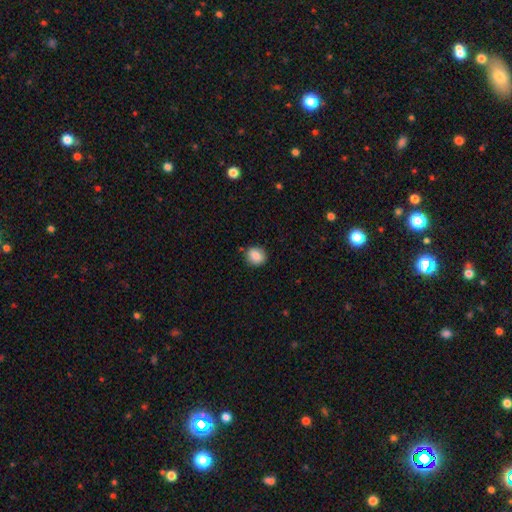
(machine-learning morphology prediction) Overall: smooth (86%). How rounded: round (72%). Merging: none (87%).